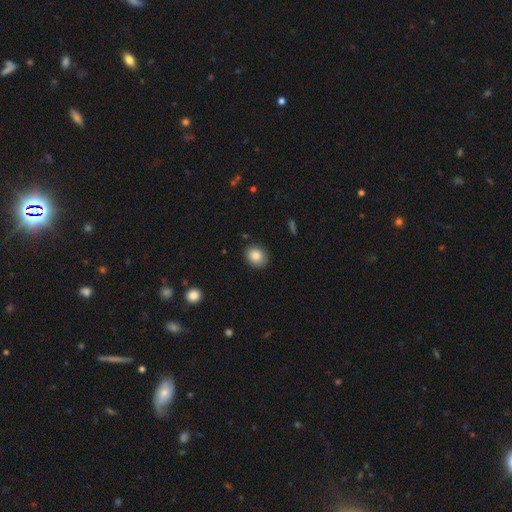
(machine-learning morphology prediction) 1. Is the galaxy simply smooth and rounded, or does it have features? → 86% smooth, 9% star or artifact, 6% featured or disk.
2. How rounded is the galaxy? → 59% round, 40% in between, 1% cigar-shaped.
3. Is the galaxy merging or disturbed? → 87% none, 10% minor disturbance, 2% major disturbance, 1% merger.